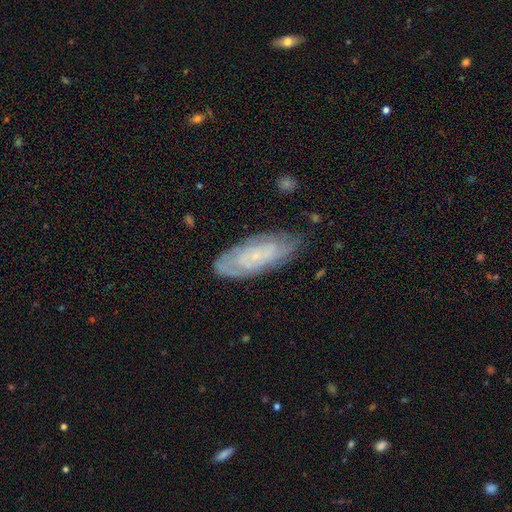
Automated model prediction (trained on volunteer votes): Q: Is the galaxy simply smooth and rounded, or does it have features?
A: featured or disk — 60%.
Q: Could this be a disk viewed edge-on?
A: no — 86%.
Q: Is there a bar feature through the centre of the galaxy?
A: no — 72%.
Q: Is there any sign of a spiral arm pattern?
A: yes — 81%.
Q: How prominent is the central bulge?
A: small — 69%.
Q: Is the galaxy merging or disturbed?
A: none — 75%.